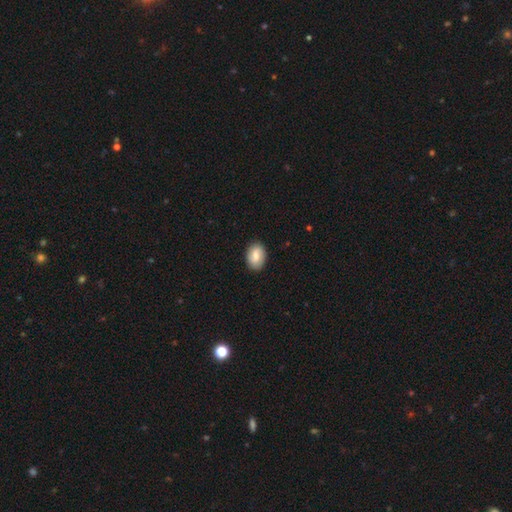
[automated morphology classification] Smooth or featured?
  - smooth: 77% *
  - featured or disk: 16%
  - star or artifact: 7%
How rounded?
  - in between: 83% *
  - round: 16%
  - cigar-shaped: 1%
Merging?
  - none: 88% *
  - minor disturbance: 9%
  - major disturbance: 2%
  - merger: 1%